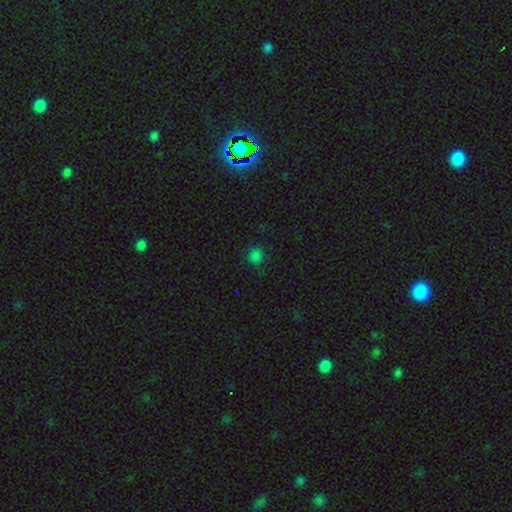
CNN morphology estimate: Smooth or featured: smooth — 79% (star or artifact — 18%)
How rounded: round — 90% (in between — 9%)
Merging: none — 86% (minor disturbance — 10%)